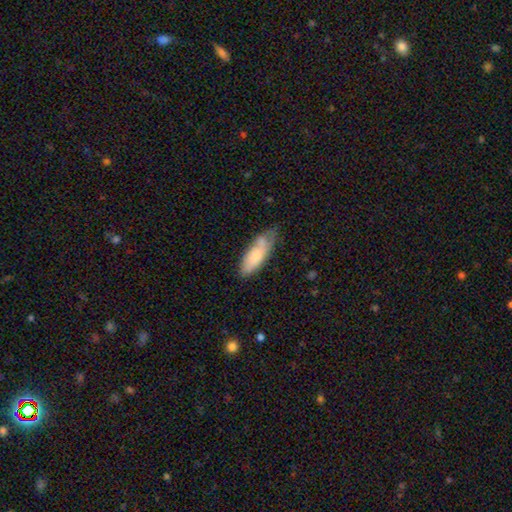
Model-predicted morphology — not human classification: Smooth or featured?
  - smooth: 71% *
  - featured or disk: 23%
  - star or artifact: 6%
How rounded?
  - in between: 65% *
  - cigar-shaped: 33%
  - round: 2%
Merging?
  - none: 52% *
  - minor disturbance: 35%
  - major disturbance: 9%
  - merger: 4%